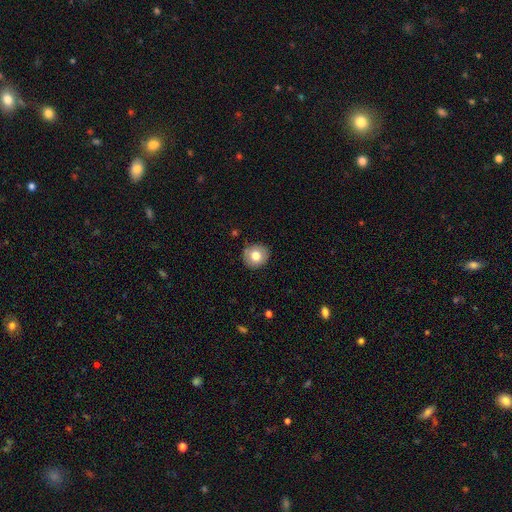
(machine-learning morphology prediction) type=smooth (74%); roundness=round (86%); merging=none (86%).